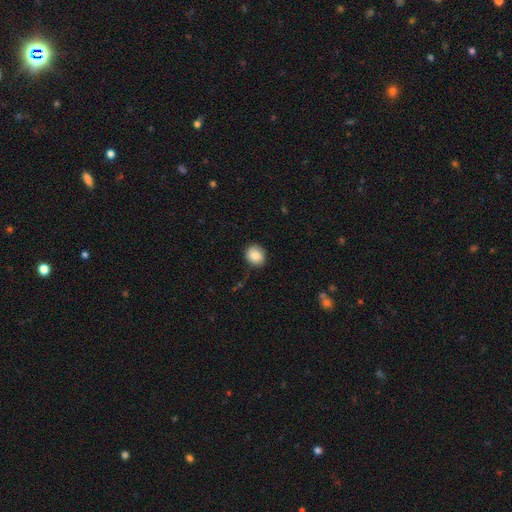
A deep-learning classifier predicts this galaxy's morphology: A smooth galaxy with no disk features (85%) that is round (72%).

Vote fractions:
- Smooth or featured? smooth: 85% / star or artifact: 8% / featured or disk: 7%
- How rounded? round: 72% / in between: 27% / cigar-shaped: 1%
- Merging? none: 81% / minor disturbance: 15% / major disturbance: 3% / merger: 1%